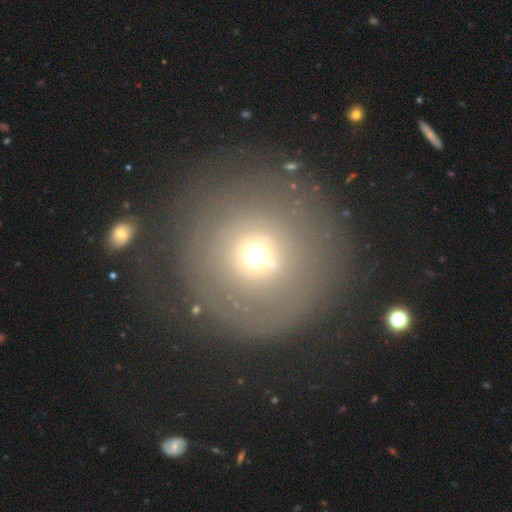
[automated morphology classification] A smooth galaxy with no disk features (53%) that is round (93%).

Vote fractions:
- Smooth or featured? smooth: 53% / featured or disk: 30% / star or artifact: 17%
- How rounded? round: 93% / in between: 6% / cigar-shaped: 1%
- Merging? none: 67% / major disturbance: 14% / minor disturbance: 13% / merger: 5%